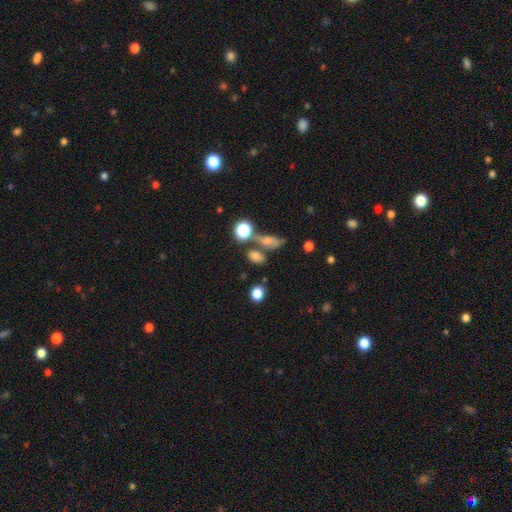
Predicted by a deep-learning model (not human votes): Overall: smooth (73%). How rounded: in between (76%). Merging: none (52%; merger 26%).